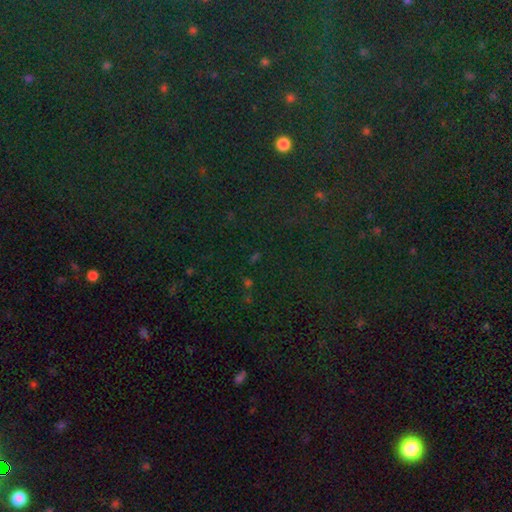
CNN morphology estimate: type=star or artifact (77%).